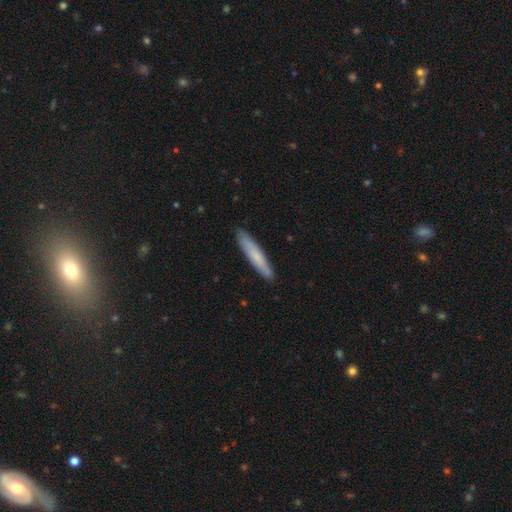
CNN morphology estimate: type=smooth (72%); roundness=cigar-shaped (93%); merging=none (89%).